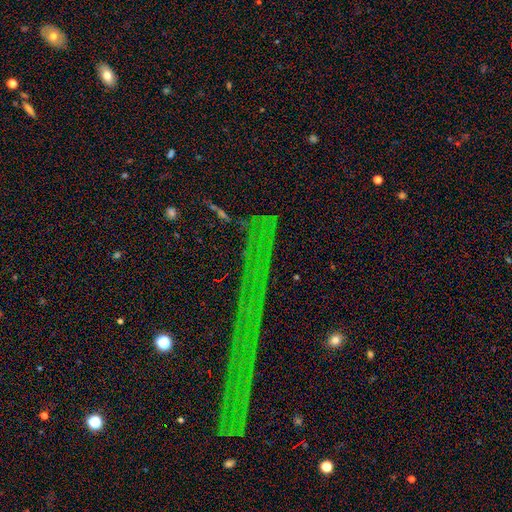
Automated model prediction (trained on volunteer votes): This appears to be a star or artifact, not a galaxy (79%).